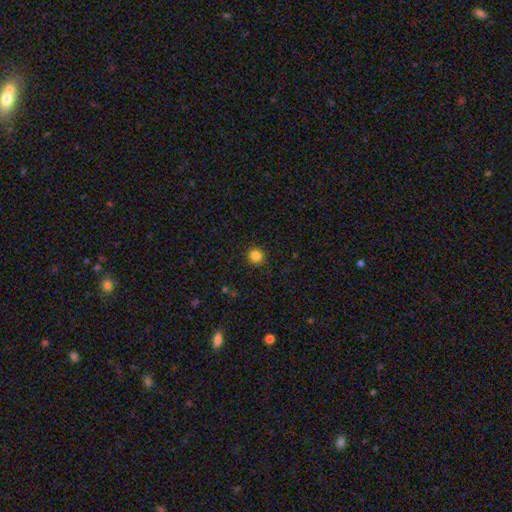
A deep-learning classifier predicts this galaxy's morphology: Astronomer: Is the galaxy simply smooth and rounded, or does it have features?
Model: smooth — 85%.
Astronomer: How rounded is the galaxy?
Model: round — 94%.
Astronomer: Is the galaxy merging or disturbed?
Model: none — 90%.